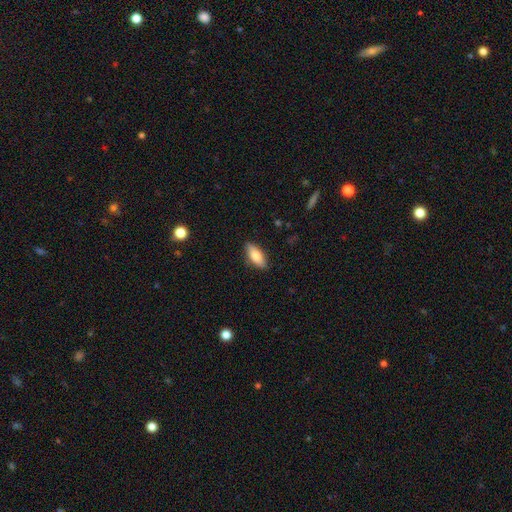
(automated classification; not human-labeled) A smooth galaxy with no disk features (79%) that is in between round and cigar-shaped (79%). Merging: none (87%).